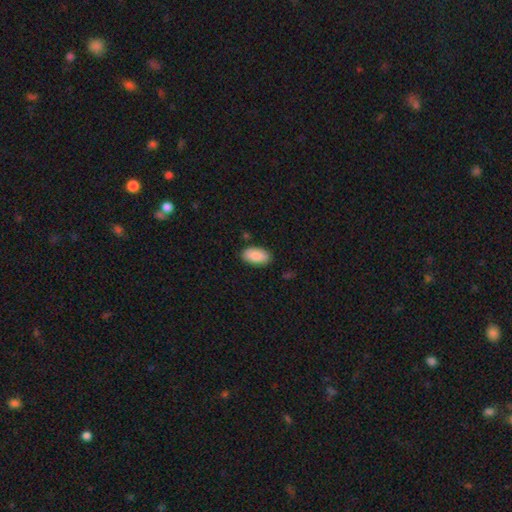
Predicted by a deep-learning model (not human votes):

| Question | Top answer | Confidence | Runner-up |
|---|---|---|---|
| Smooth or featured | smooth | 90% | star or artifact (6%) |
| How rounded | in between | 95% | cigar-shaped (3%) |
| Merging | none | 86% | minor disturbance (10%) |